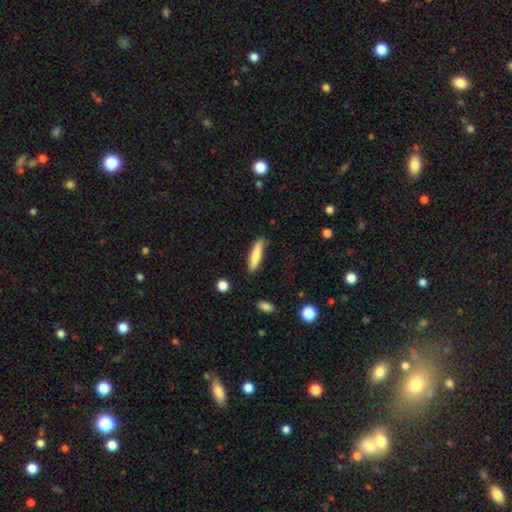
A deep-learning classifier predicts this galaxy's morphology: Q: Smooth or featured?
A: smooth (78%); runner-up: featured or disk (16%)
Q: How rounded?
A: cigar-shaped (81%); runner-up: in between (17%)
Q: Merging?
A: none (83%); runner-up: minor disturbance (13%)